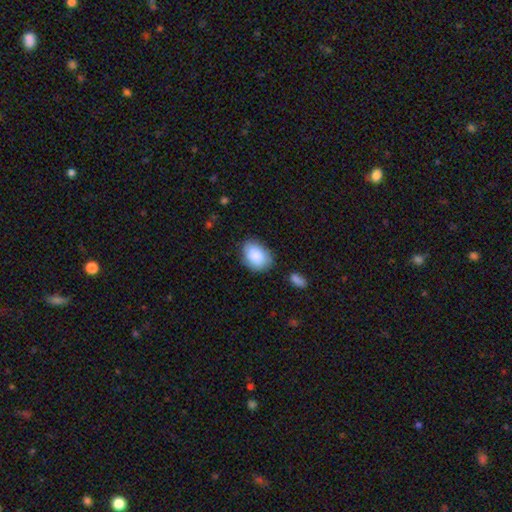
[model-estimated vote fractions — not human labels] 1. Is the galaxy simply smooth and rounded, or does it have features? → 87% smooth, 7% featured or disk, 6% star or artifact.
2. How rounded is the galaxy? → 79% in between, 20% round, 1% cigar-shaped.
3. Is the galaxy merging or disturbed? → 75% none, 18% minor disturbance, 4% major disturbance, 3% merger.